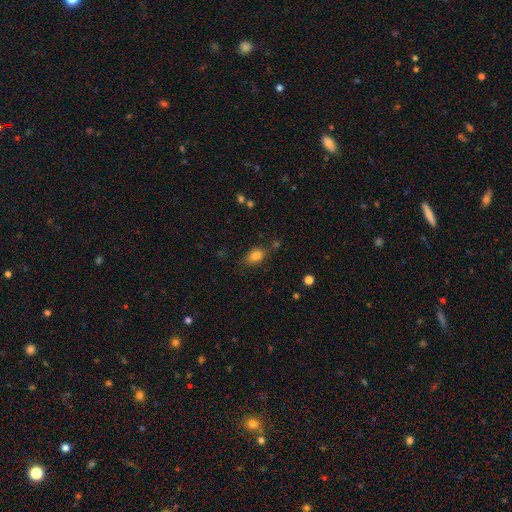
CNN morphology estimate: The model was most divided on "merging": none: 71%, minor disturbance: 18%, merger: 5%, major disturbance: 5%. More confident: how rounded — in between (84%); smooth or featured — smooth (82%).